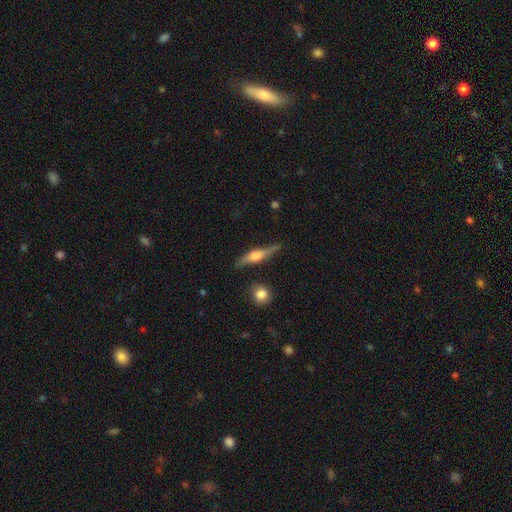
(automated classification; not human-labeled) A featured or disk galaxy (68%) viewed edge-on (95%) with a rounded central bulge (81%).

Vote fractions:
- Smooth or featured? featured or disk: 68% / smooth: 26% / star or artifact: 6%
- Edge-on disk? yes: 95% / no: 5%
- Edge-on bulge? rounded: 81% / boxy: 15% / none: 4%
- Merging? none: 82% / minor disturbance: 13% / major disturbance: 3% / merger: 2%